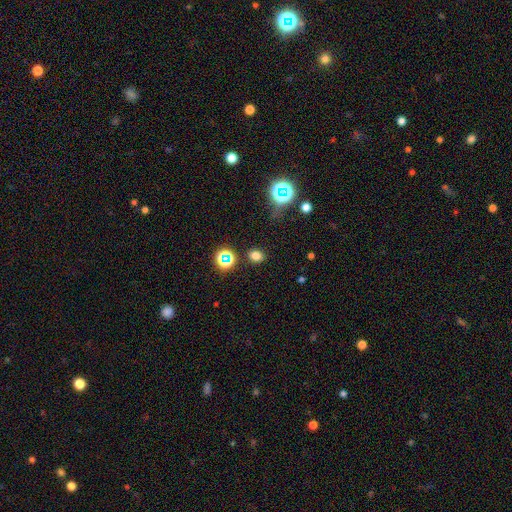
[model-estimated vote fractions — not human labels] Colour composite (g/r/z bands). It shows a smooth galaxy with no disk features (74%) that is round (51%). Merging: none (85%).